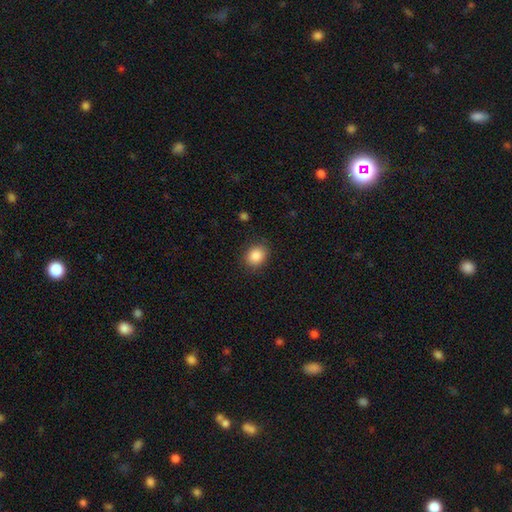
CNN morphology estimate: This is clearly a smooth galaxy (87%). How rounded: likely round (62%). Merging: clearly none (86%).